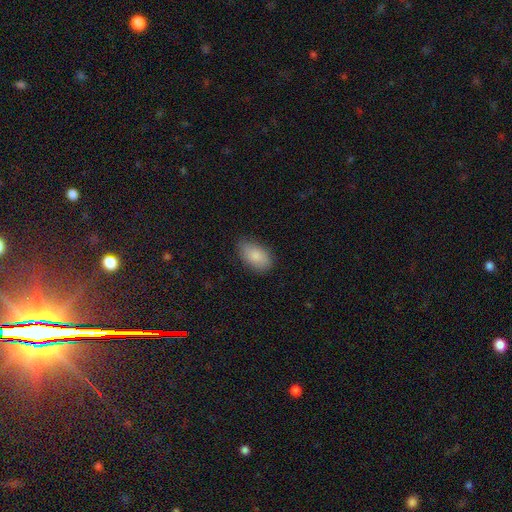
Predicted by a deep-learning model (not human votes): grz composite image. It shows a smooth galaxy with no disk features (86%) that is in between round and cigar-shaped (93%). Merging: none (81%).